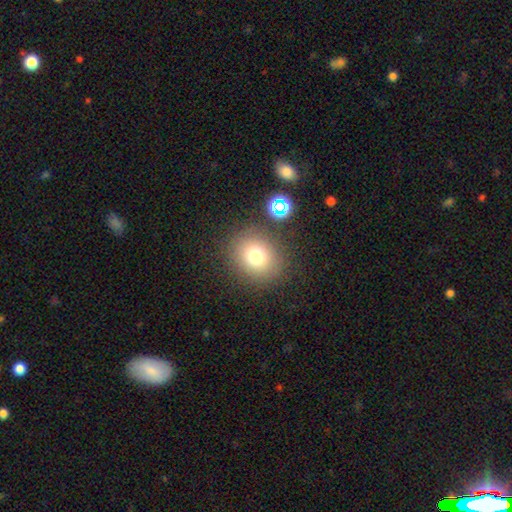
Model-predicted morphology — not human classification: A smooth galaxy with no disk features (75%) that is round (78%).

Vote fractions:
- Smooth or featured? smooth: 75% / star or artifact: 15% / featured or disk: 10%
- How rounded? round: 78% / in between: 21% / cigar-shaped: 1%
- Merging? none: 83% / minor disturbance: 9% / merger: 4% / major disturbance: 4%